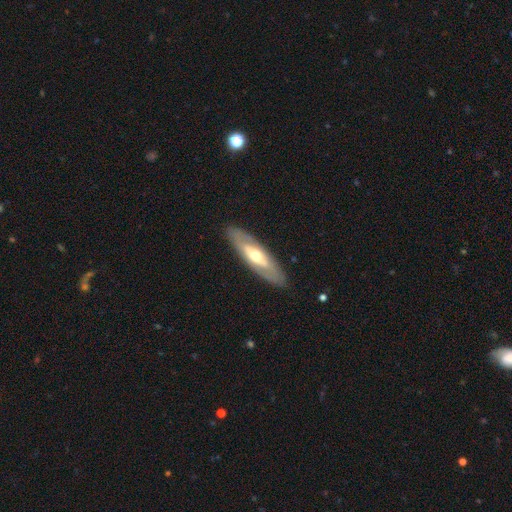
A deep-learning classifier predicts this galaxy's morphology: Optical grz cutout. It shows a featured or disk galaxy (60%). Merging: none (86%).